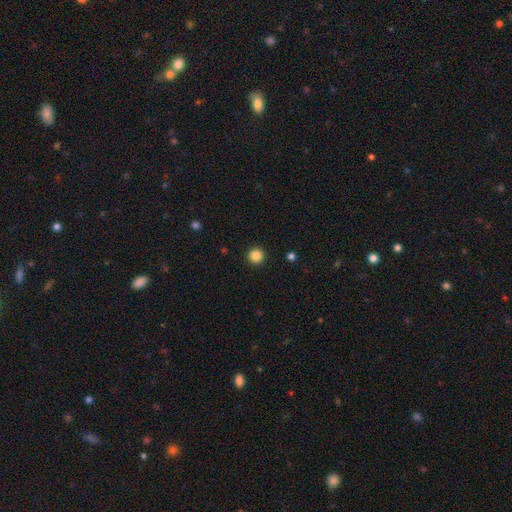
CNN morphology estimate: This appears to be a smooth galaxy with no disk features (85%) that is round (96%). Merging: none (93%).